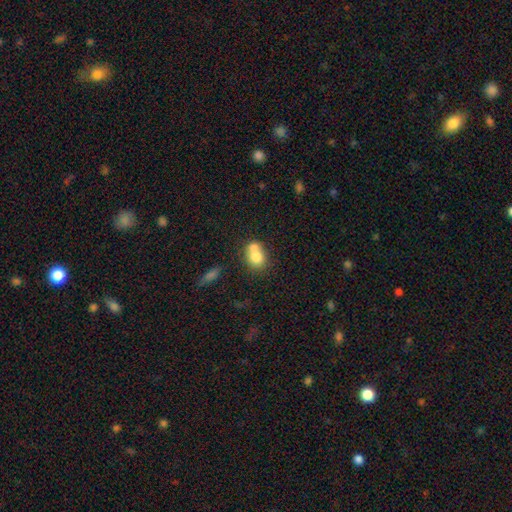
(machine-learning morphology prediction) smooth 73%, featured or disk 17%, star or artifact 9%. Down the decision tree: how rounded — round (59%); merging — merger (58%).